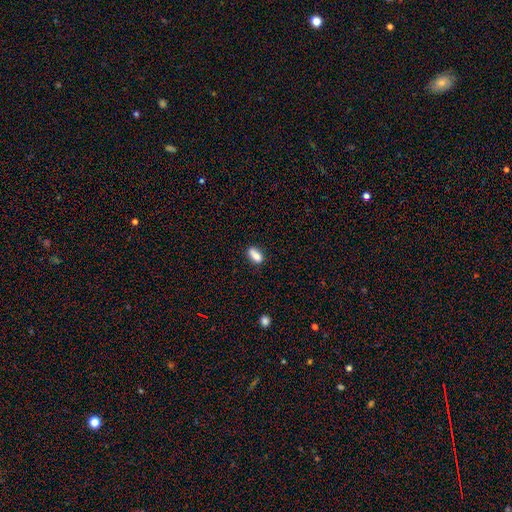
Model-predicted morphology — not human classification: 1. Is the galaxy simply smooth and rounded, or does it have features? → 81% smooth, 10% featured or disk, 9% star or artifact.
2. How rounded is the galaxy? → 79% in between, 14% cigar-shaped, 8% round.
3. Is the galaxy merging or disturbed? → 65% none, 19% minor disturbance, 11% merger, 5% major disturbance.